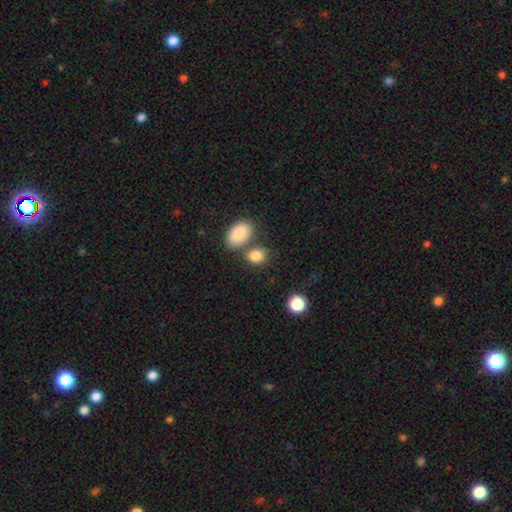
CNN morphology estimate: smooth_or_featured: smooth (p=0.85) [alt: star or artifact p=0.09]
how_rounded: in between (p=0.58) [alt: round p=0.41]
merging: none (p=0.57) [alt: merger p=0.27]